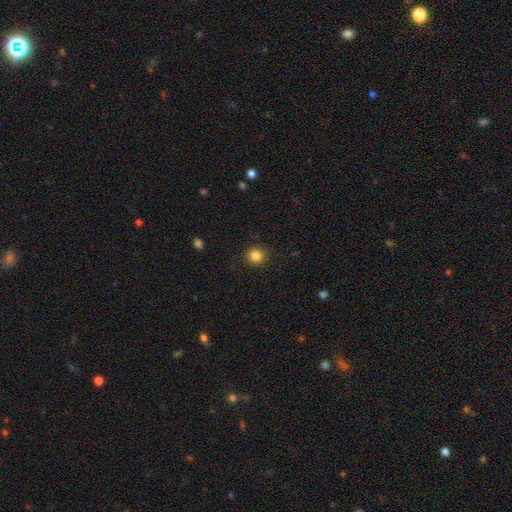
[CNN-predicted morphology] Smooth or featured? smooth (84%)
How rounded? round (90%)
Merging? none (91%)